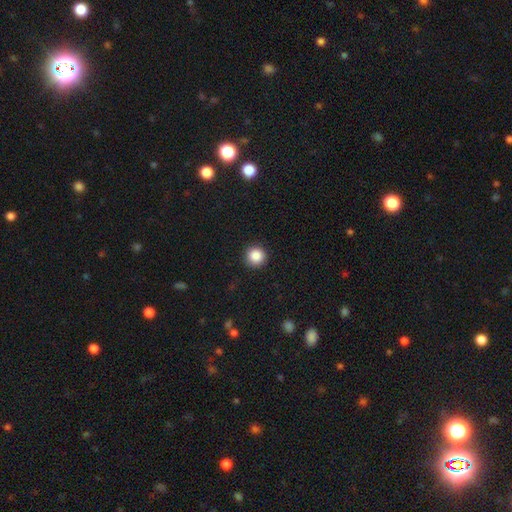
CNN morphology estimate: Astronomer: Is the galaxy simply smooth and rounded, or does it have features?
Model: smooth — 87%.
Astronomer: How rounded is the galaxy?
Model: round — 96%.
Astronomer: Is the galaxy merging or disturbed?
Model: none — 92%.